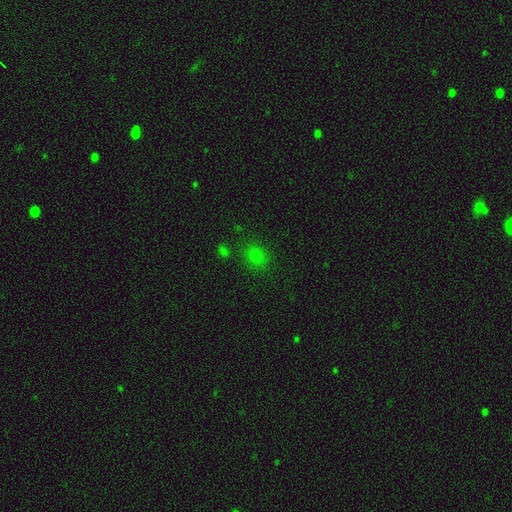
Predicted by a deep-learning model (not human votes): Smooth or featured: smooth — 67% (star or artifact — 28%)
How rounded: round — 65% (in between — 33%)
Merging: none — 82% (minor disturbance — 11%)